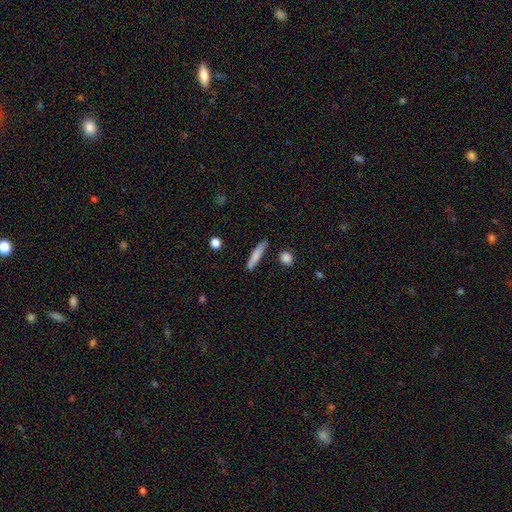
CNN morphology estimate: smooth_or_featured: smooth (p=0.77) [alt: featured or disk p=0.17]
how_rounded: cigar-shaped (p=0.88) [alt: in between p=0.10]
merging: none (p=0.81) [alt: minor disturbance p=0.13]